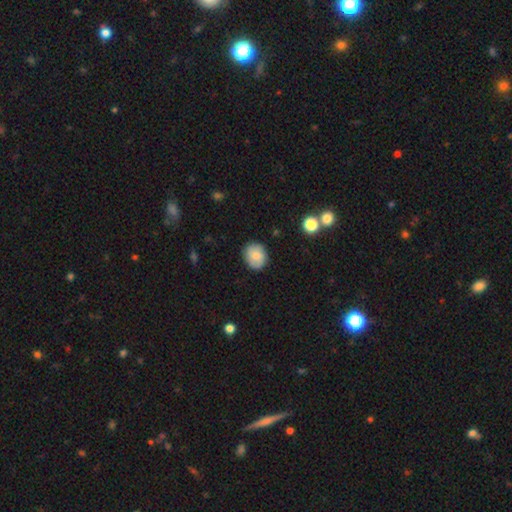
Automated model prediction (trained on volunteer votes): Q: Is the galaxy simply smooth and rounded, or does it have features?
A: smooth — 74%.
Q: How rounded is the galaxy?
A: round — 67%.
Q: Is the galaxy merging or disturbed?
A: none — 82%.